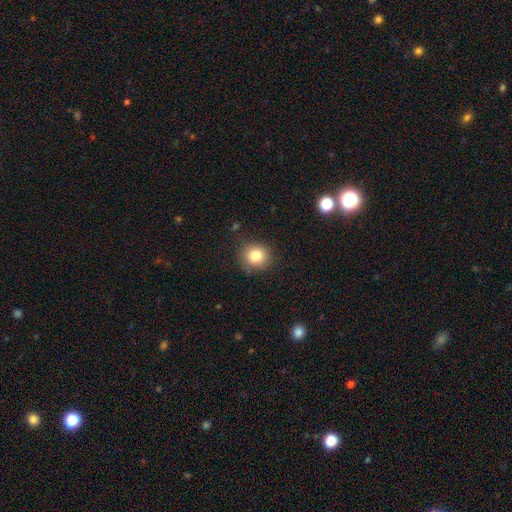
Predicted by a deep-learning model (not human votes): Smooth or featured? Predicted: smooth (p=0.81). How rounded? Predicted: round (p=0.86). Merging? Predicted: none (p=0.85).